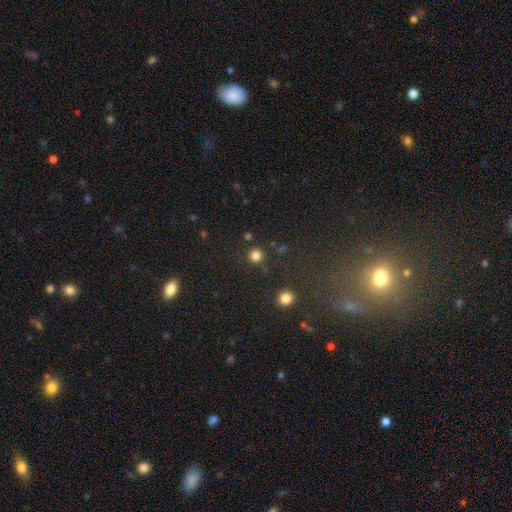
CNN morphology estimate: Smooth or featured?
  - smooth: 81% *
  - star or artifact: 15%
  - featured or disk: 4%
How rounded?
  - round: 94% *
  - in between: 5%
  - cigar-shaped: 1%
Merging?
  - none: 87% *
  - minor disturbance: 6%
  - merger: 3%
  - major disturbance: 3%